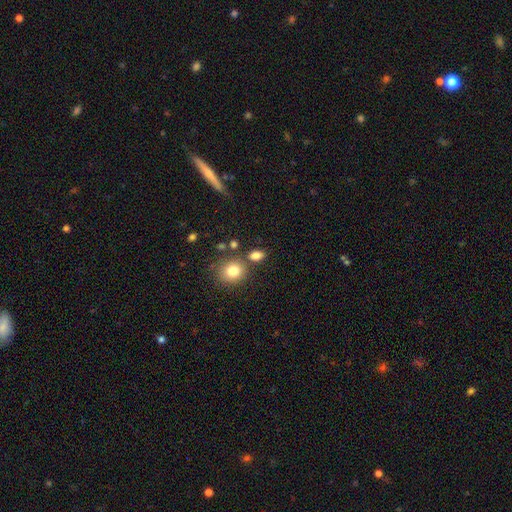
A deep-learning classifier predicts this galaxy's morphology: Smooth or featured?
  - smooth: 82% *
  - star or artifact: 11%
  - featured or disk: 7%
How rounded?
  - in between: 66% *
  - round: 31%
  - cigar-shaped: 3%
Merging?
  - none: 71% *
  - merger: 14%
  - minor disturbance: 12%
  - major disturbance: 4%